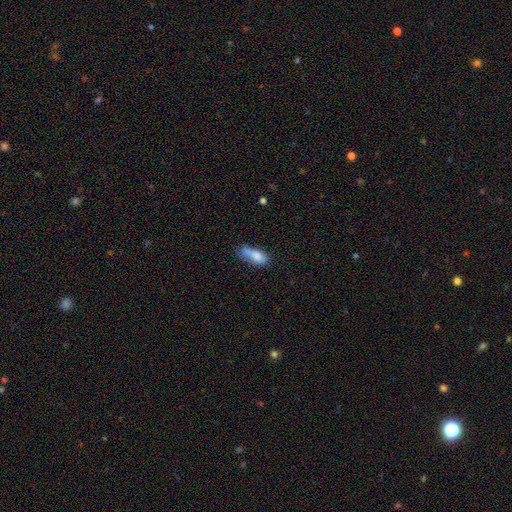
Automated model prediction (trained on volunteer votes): Smooth or featured? smooth (75%)
How rounded? in between (73%)
Merging? none (33%)